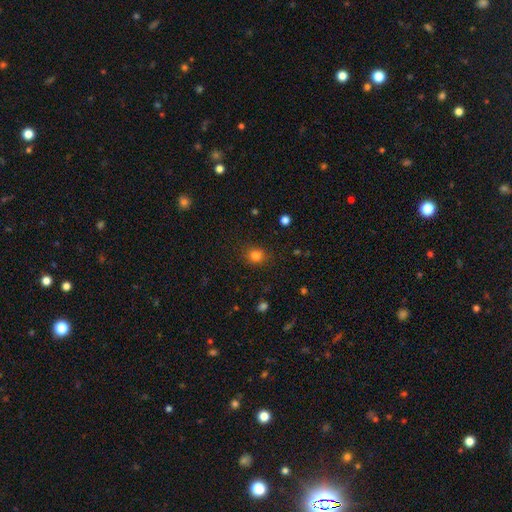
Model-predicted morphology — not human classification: This appears to be a smooth galaxy with no disk features (80%) that is round (77%). Merging: none (84%).